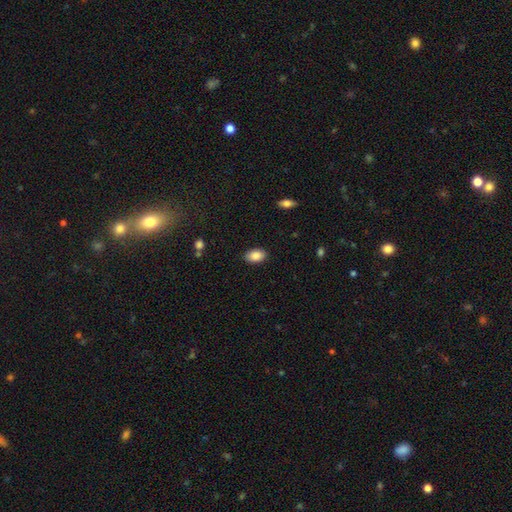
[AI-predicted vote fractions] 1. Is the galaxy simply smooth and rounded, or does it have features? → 88% smooth, 7% star or artifact, 5% featured or disk.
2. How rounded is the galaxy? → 91% in between, 7% round, 1% cigar-shaped.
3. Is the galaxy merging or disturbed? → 88% none, 9% minor disturbance, 2% major disturbance, 1% merger.